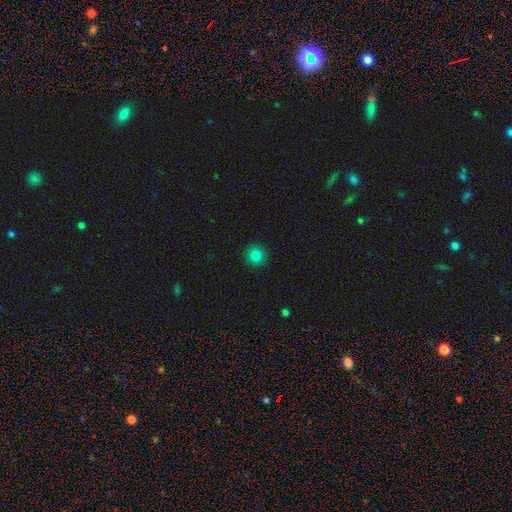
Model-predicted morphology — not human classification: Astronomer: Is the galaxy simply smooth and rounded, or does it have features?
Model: smooth — 83%.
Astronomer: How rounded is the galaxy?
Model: round — 95%.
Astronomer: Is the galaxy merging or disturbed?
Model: none — 92%.